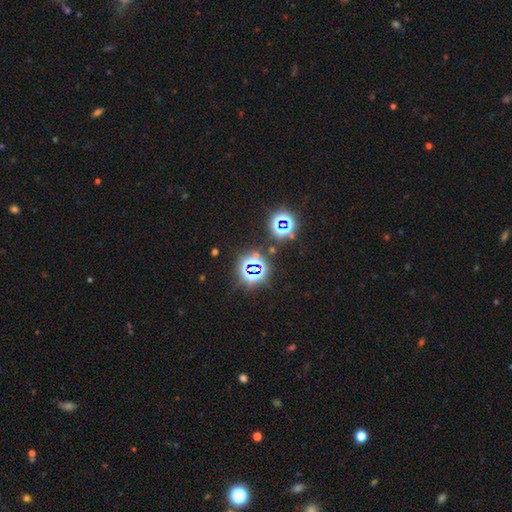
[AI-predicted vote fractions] Morphology: type=star or artifact (80%).